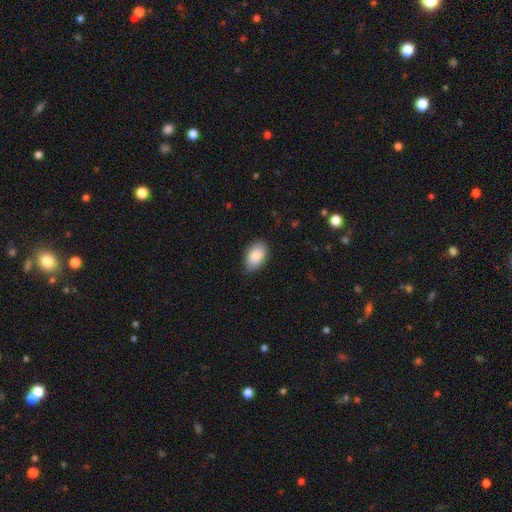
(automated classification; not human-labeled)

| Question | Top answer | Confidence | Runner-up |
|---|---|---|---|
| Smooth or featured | smooth | 87% | featured or disk (7%) |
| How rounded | in between | 91% | round (8%) |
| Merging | none | 81% | minor disturbance (16%) |